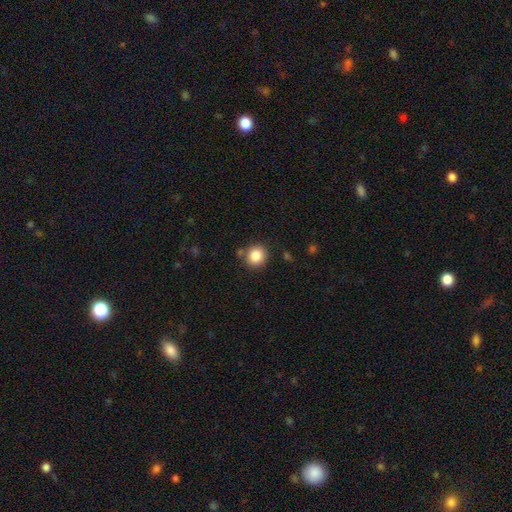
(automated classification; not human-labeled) Smooth or featured? Predicted: smooth (p=0.85). How rounded? Predicted: round (p=0.86). Merging? Predicted: none (p=0.82).